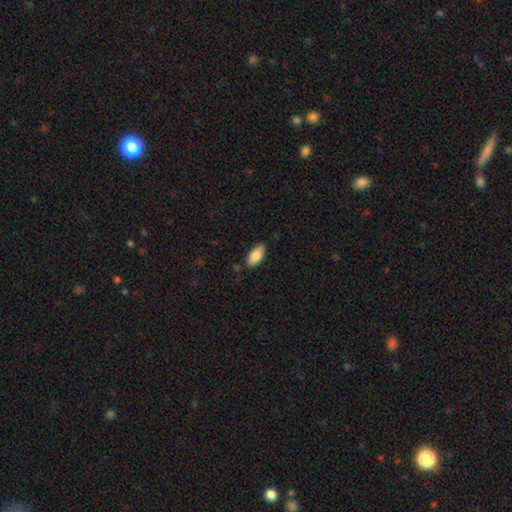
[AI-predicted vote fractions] Smooth or featured? Predicted: smooth (p=0.87). How rounded? Predicted: in between (p=0.92). Merging? Predicted: none (p=0.81).